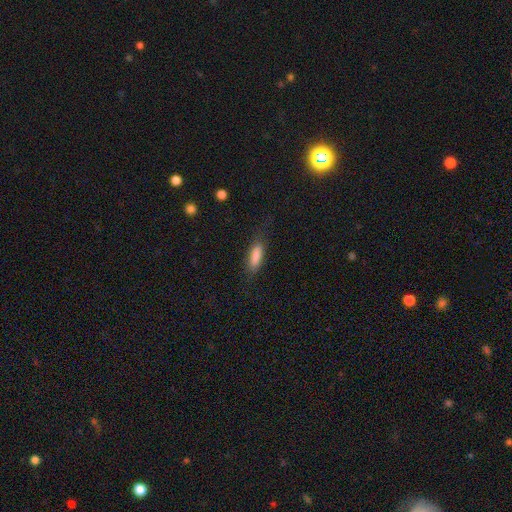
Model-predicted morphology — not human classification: Smooth or featured?
  - smooth: 84% *
  - featured or disk: 9%
  - star or artifact: 7%
How rounded?
  - in between: 54% *
  - cigar-shaped: 44%
  - round: 2%
Merging?
  - none: 77% *
  - minor disturbance: 16%
  - major disturbance: 6%
  - merger: 1%